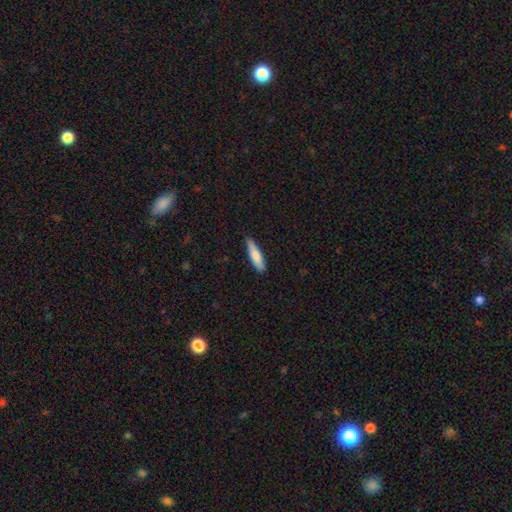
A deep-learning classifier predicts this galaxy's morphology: A smooth galaxy with no disk features (77%) that is cigar-shaped (72%). Merging: none (80%).